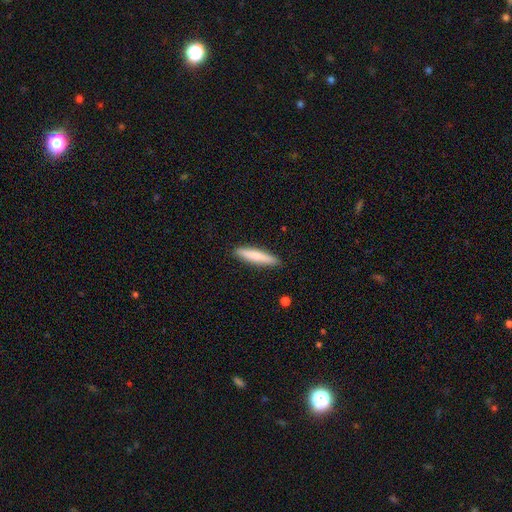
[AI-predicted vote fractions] smooth-or-featured: smooth: 76% | featured or disk: 19% | star or artifact: 6%
  how-rounded: cigar-shaped: 88% | in between: 11% | round: 1%
  merging: none: 89% | minor disturbance: 8% | major disturbance: 2% | merger: 1%